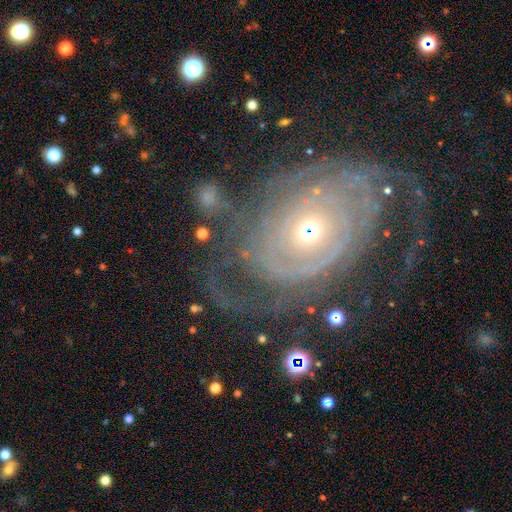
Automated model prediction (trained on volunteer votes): This appears to be a featured or disk galaxy (86%) with no bar (77%), tight (71%) spiral arms (90%) and a moderate central bulge (61%). Merging: none (63%).